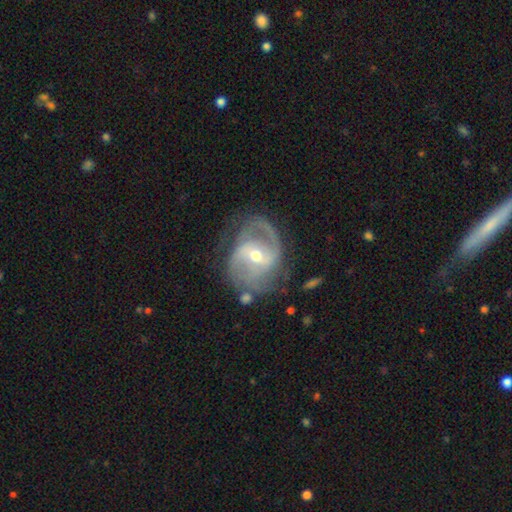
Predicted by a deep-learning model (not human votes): featured or disk 88%, smooth 7%, star or artifact 5%. Down the decision tree: edge-on disk — no (97%); bar — weak (48%); spiral arms — yes (95%); spiral arm count — 2 (74%); spiral winding — medium (51%); bulge size — moderate (52%); merging — none (62%).